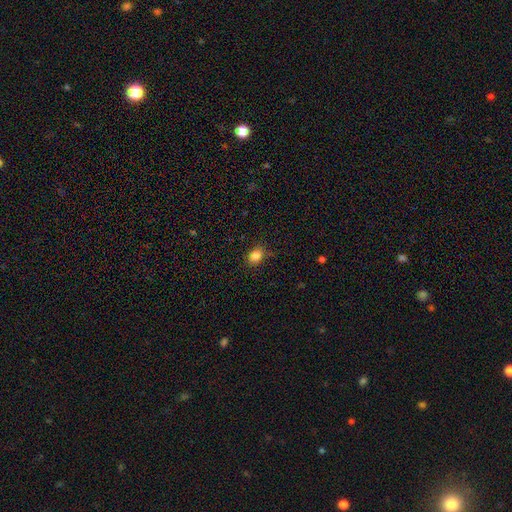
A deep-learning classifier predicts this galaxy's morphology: This appears to be a smooth galaxy with no disk features (84%) that is in between round and cigar-shaped (59%). Merging: none (80%).